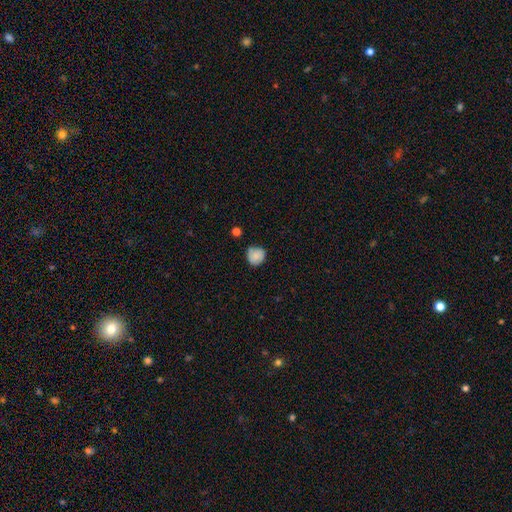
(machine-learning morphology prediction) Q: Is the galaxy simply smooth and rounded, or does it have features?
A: smooth — 79%.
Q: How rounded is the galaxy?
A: round — 85%.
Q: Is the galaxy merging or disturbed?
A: none — 64%.